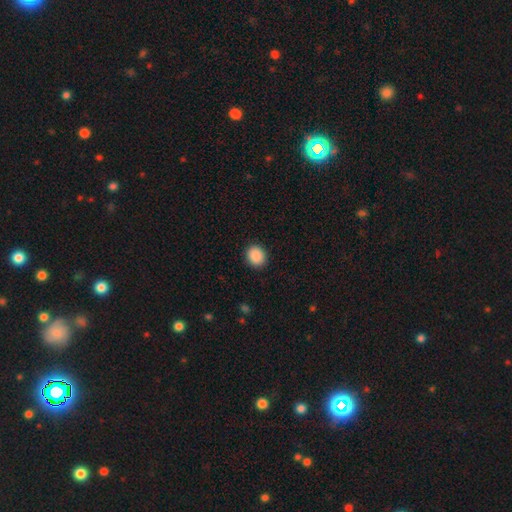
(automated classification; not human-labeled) Overall: smooth (89%). How rounded: round (69%; in between 30%). Merging: none (91%).